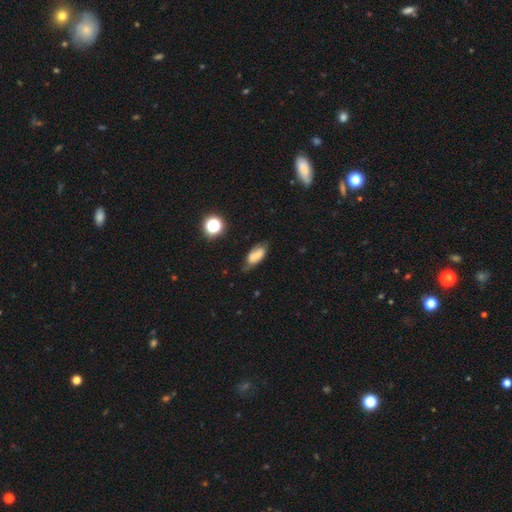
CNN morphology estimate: The model was most divided on "smooth or featured": smooth: 57%, featured or disk: 33%, star or artifact: 11%. More confident: how rounded — in between (85%); merging — none (62%).